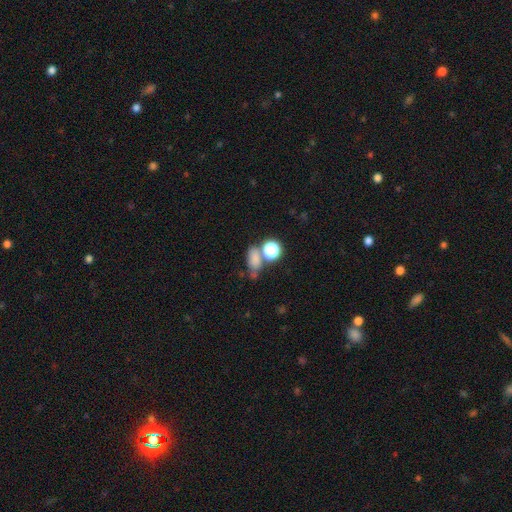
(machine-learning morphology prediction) This is likely a smooth galaxy (71%). How rounded: likely in between (65%). Merging: possibly none (49%).